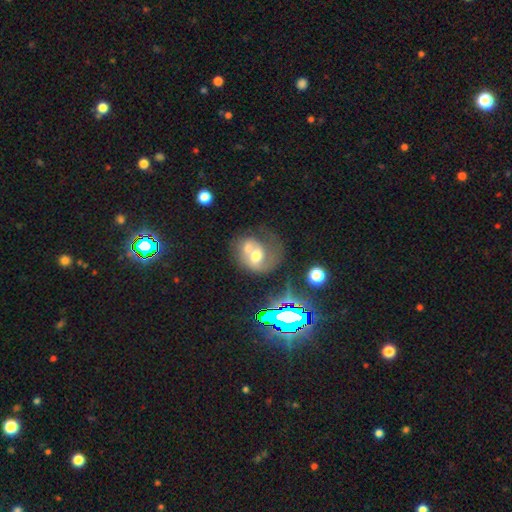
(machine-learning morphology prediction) smooth-or-featured: featured or disk: 52% | smooth: 34% | star or artifact: 14%
  disk-edge-on: no: 96% | yes: 4%
    bar: no: 67% | weak: 25% | strong: 8%
    has-spiral-arms: yes: 59% | no: 41%
    bulge-size: moderate: 60% | large: 18% | small: 14% | none: 4% | dominant: 3%
  merging: merger: 47% | none: 22% | major disturbance: 18% | minor disturbance: 13%